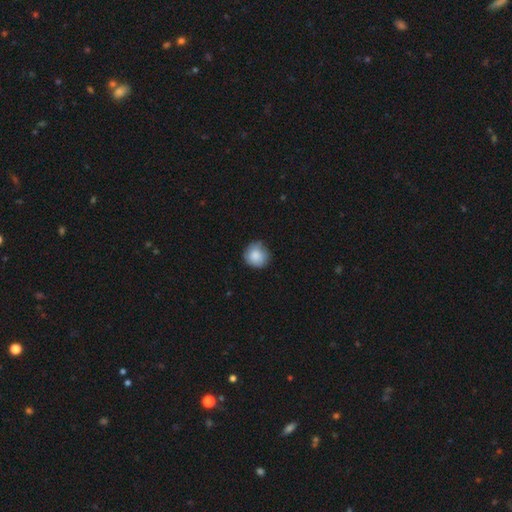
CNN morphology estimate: smooth_or_featured: smooth (p=0.85) [alt: featured or disk p=0.08]
how_rounded: round (p=0.91) [alt: in between p=0.08]
merging: none (p=0.76) [alt: minor disturbance p=0.20]